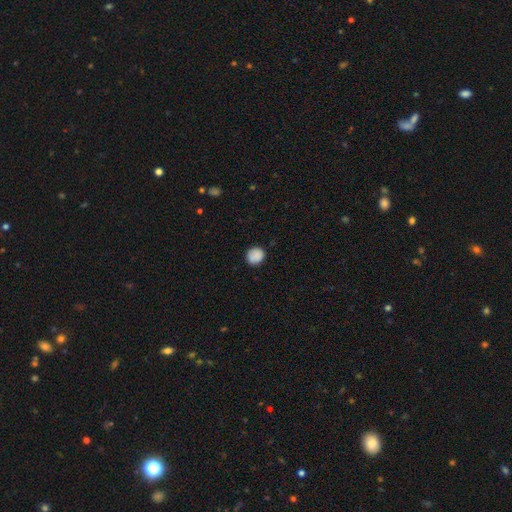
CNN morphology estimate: smooth 86%, star or artifact 9%, featured or disk 5%. Down the decision tree: how rounded — round (86%); merging — none (83%).